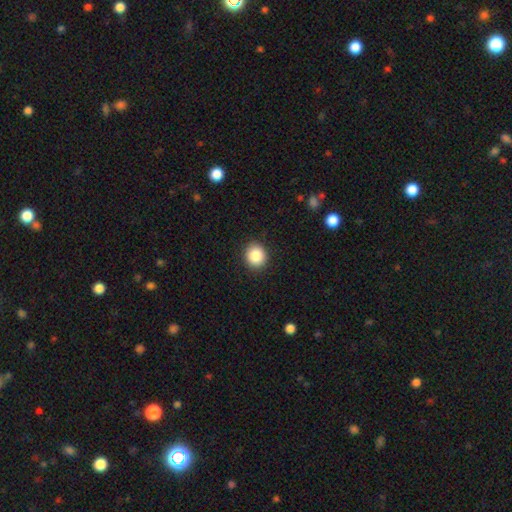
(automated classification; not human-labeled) Morphology: type=smooth (86%); roundness=round (84%); merging=none (91%).